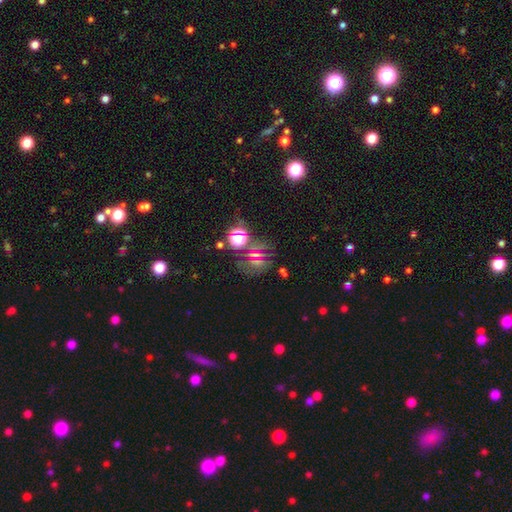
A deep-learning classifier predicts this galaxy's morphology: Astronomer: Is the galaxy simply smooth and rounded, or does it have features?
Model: star or artifact — 63%.